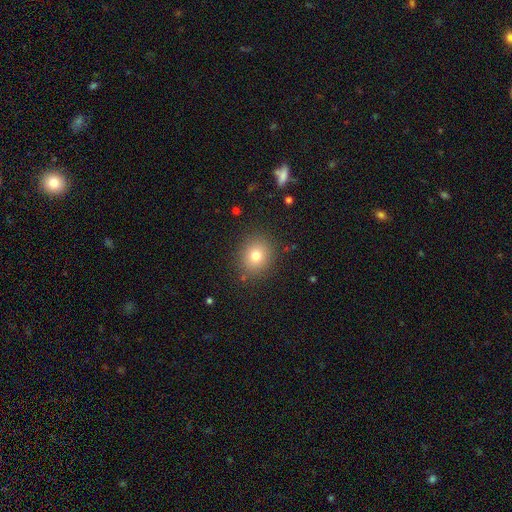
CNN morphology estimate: smooth_or_featured: smooth (p=0.78) [alt: star or artifact p=0.12]
how_rounded: round (p=0.74) [alt: in between p=0.25]
merging: none (p=0.87) [alt: minor disturbance p=0.09]